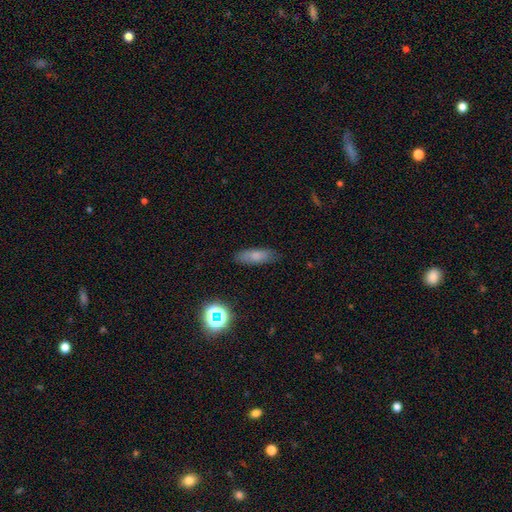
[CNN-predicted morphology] Smooth or featured?
  - smooth: 73% *
  - featured or disk: 16%
  - star or artifact: 11%
How rounded?
  - in between: 54% *
  - cigar-shaped: 43%
  - round: 3%
Merging?
  - none: 82% *
  - minor disturbance: 14%
  - major disturbance: 3%
  - merger: 1%